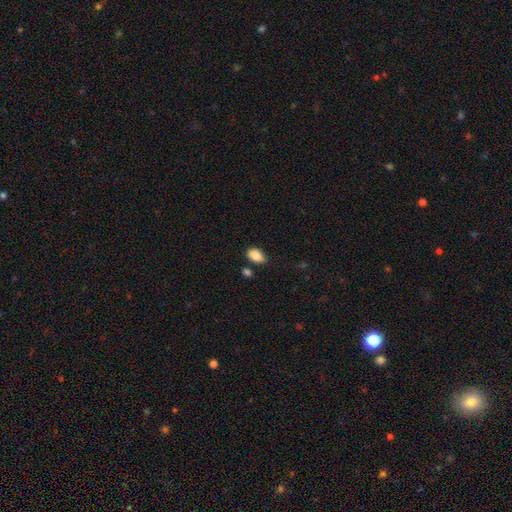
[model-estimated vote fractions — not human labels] smooth 87%, star or artifact 8%, featured or disk 5%. Down the decision tree: how rounded — in between (90%); merging — none (74%).